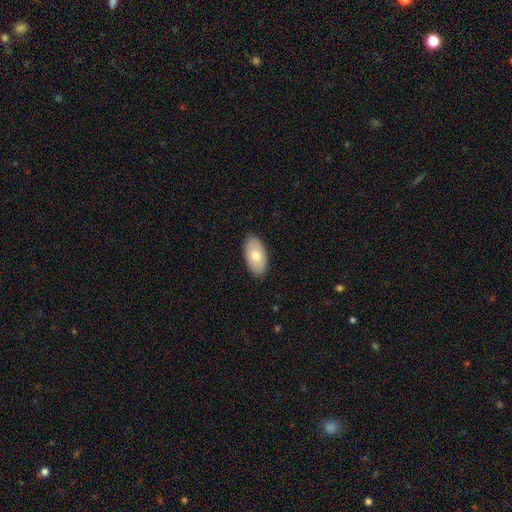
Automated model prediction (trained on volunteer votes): This appears to be a smooth galaxy with no disk features (71%) that is in between round and cigar-shaped (95%). Merging: none (87%).